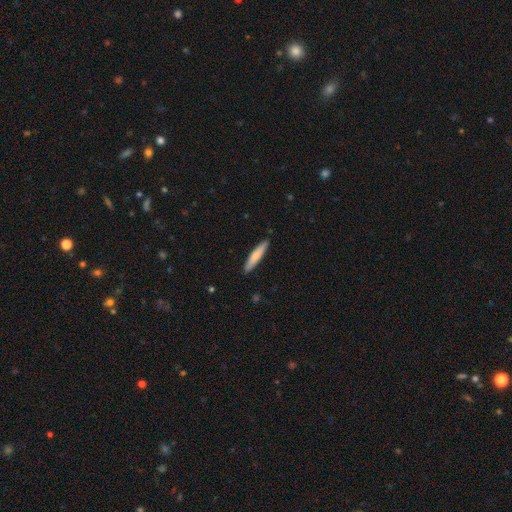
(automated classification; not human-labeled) A smooth galaxy with no disk features (75%) that is cigar-shaped (89%).

Vote fractions:
- Smooth or featured? smooth: 75% / featured or disk: 20% / star or artifact: 5%
- How rounded? cigar-shaped: 89% / in between: 10% / round: 1%
- Merging? none: 90% / minor disturbance: 7% / major disturbance: 1% / merger: 1%